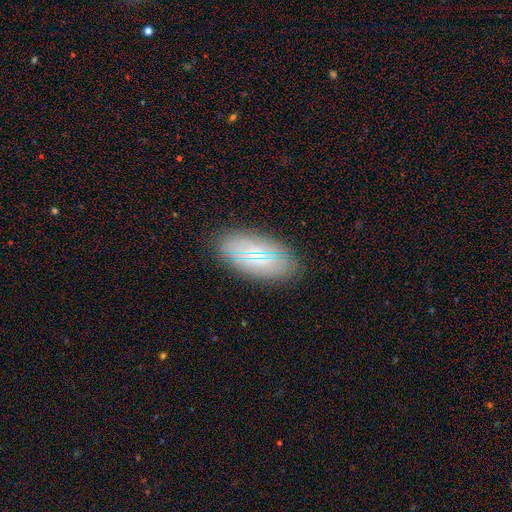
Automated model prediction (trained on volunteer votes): Q: Smooth or featured?
A: smooth (53%); runner-up: featured or disk (36%)
Q: How rounded?
A: in between (90%); runner-up: cigar-shaped (7%)
Q: Merging?
A: none (83%); runner-up: minor disturbance (12%)